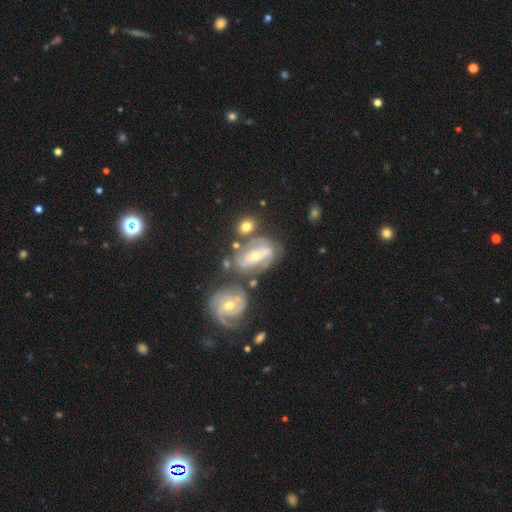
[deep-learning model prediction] Smooth or featured? Predicted: featured or disk (p=0.79). Edge-on disk? Predicted: no (p=0.94). Bar? Predicted: strong (p=0.43). Spiral arms? Predicted: yes (p=0.87). Spiral winding? Predicted: tight (p=0.45). Spiral arm count? Predicted: 2 (p=0.57). Bulge size? Predicted: small (p=0.48). Merging? Predicted: none (p=0.48).